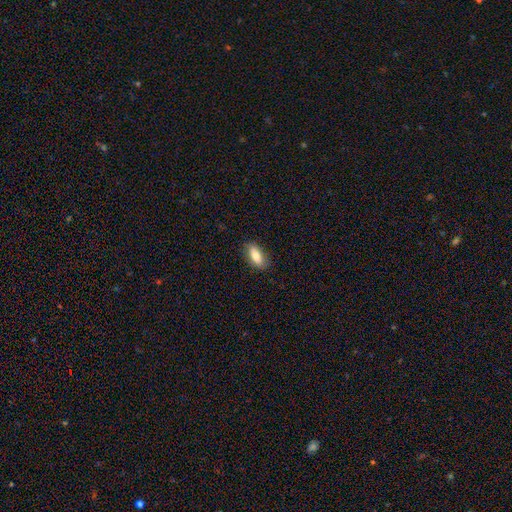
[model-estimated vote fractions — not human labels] Morphology: type=smooth (78%); roundness=in between (83%); merging=none (82%).